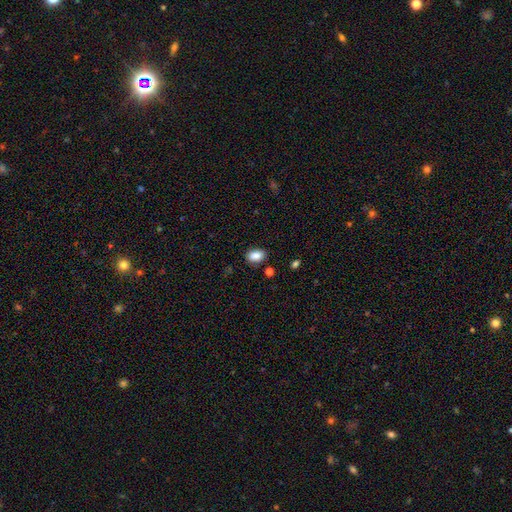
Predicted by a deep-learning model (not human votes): Smooth or featured?
  - smooth: 87% *
  - star or artifact: 8%
  - featured or disk: 4%
How rounded?
  - in between: 85% *
  - round: 13%
  - cigar-shaped: 1%
Merging?
  - none: 84% *
  - minor disturbance: 11%
  - major disturbance: 3%
  - merger: 3%